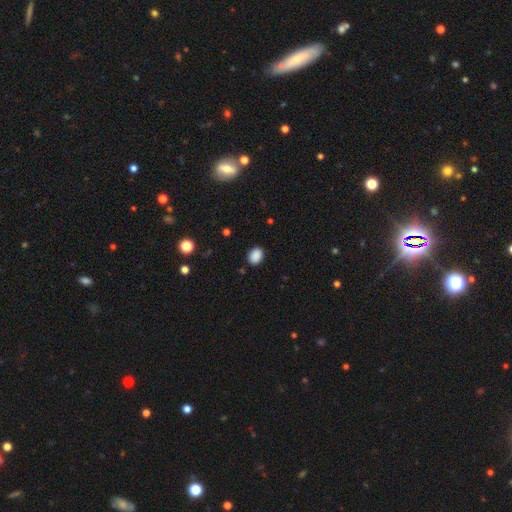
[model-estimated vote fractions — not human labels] smooth-or-featured: smooth: 88% | star or artifact: 9% | featured or disk: 3%
  how-rounded: in between: 68% | round: 31% | cigar-shaped: 1%
  merging: none: 87% | minor disturbance: 9% | major disturbance: 2% | merger: 1%